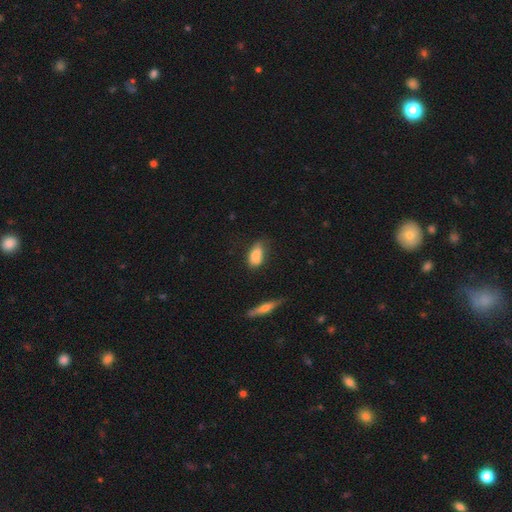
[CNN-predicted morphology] This appears to be a smooth galaxy with no disk features (80%) that is in between round and cigar-shaped (87%). Merging: none (53%).